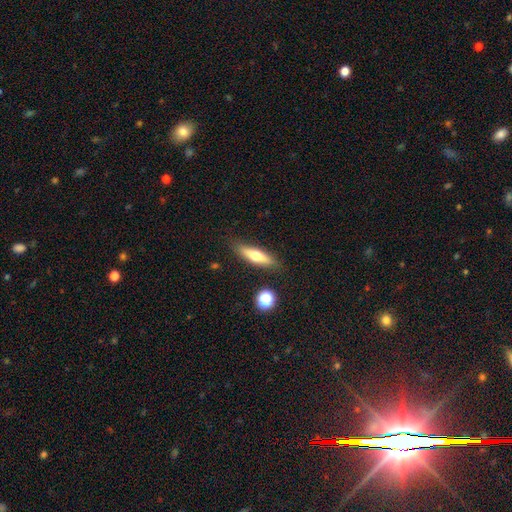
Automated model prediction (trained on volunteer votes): smooth 55%, featured or disk 38%, star or artifact 7%. Down the decision tree: how rounded — cigar-shaped (67%); merging — none (84%).